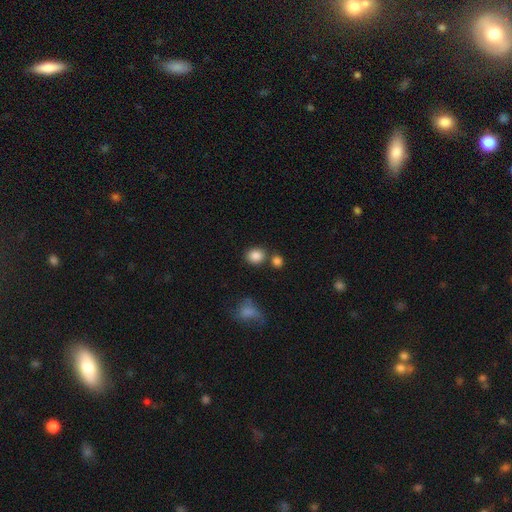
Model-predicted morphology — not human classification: A smooth galaxy with no disk features (86%) that is round (70%).

Vote fractions:
- Smooth or featured? smooth: 86% / star or artifact: 9% / featured or disk: 5%
- How rounded? round: 70% / in between: 29% / cigar-shaped: 1%
- Merging? none: 70% / merger: 16% / minor disturbance: 11% / major disturbance: 4%